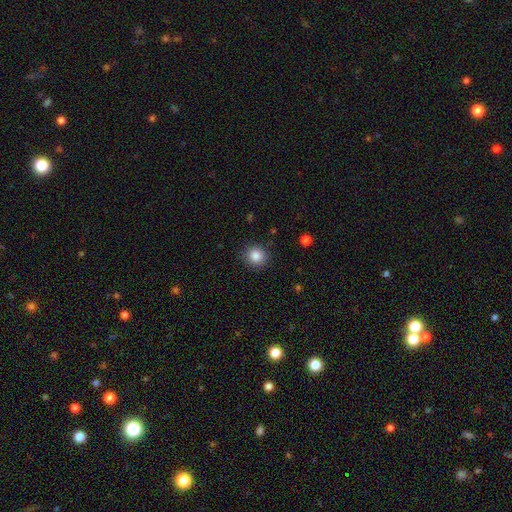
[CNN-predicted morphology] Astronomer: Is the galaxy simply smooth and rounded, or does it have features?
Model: smooth — 85%.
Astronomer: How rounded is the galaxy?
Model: round — 89%.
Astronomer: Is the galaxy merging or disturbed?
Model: none — 89%.